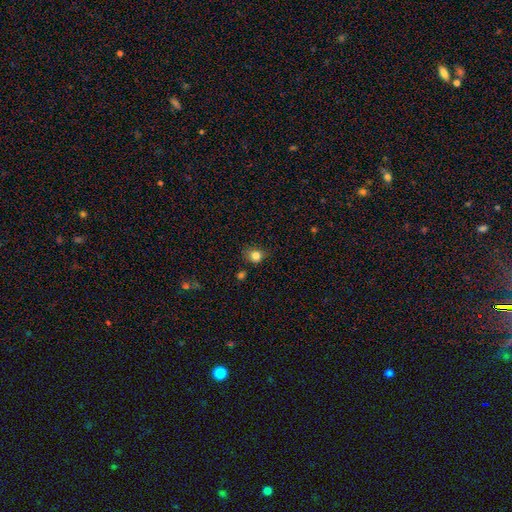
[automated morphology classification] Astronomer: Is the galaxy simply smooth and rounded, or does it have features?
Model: smooth — 82%.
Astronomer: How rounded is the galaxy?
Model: round — 73%.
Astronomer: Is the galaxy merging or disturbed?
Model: none — 73%.